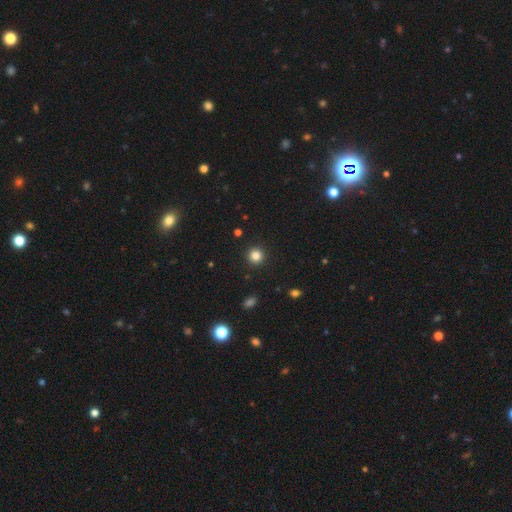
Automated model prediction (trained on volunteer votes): Smooth or featured? smooth (83%)
How rounded? round (94%)
Merging? none (92%)